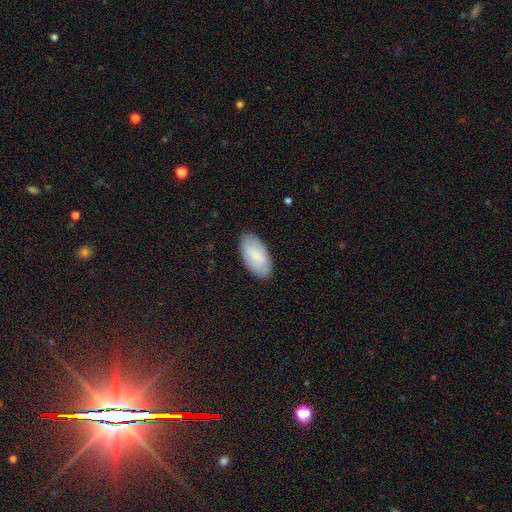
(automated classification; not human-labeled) Overall: smooth (81%). How rounded: in between (95%). Merging: none (87%).